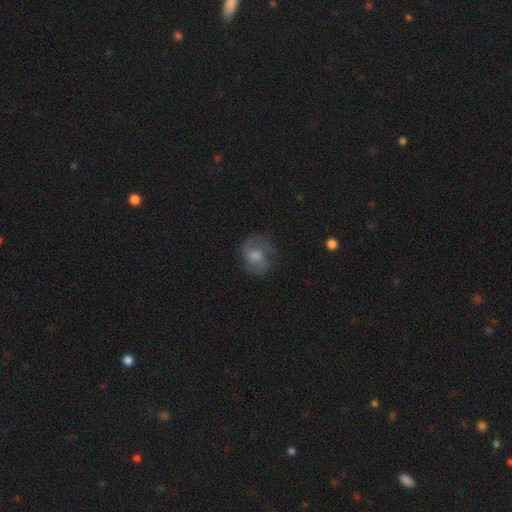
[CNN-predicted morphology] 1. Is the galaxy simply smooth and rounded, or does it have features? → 49% smooth, 42% featured or disk, 9% star or artifact.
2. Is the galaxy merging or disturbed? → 54% none, 23% minor disturbance, 21% major disturbance, 2% merger.